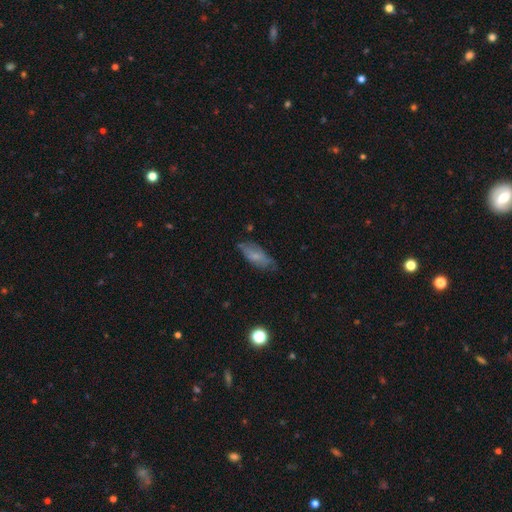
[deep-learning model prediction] smooth_or_featured: smooth (p=0.61) [alt: featured or disk p=0.31]
how_rounded: in between (p=0.82) [alt: cigar-shaped p=0.15]
merging: none (p=0.58) [alt: minor disturbance p=0.31]